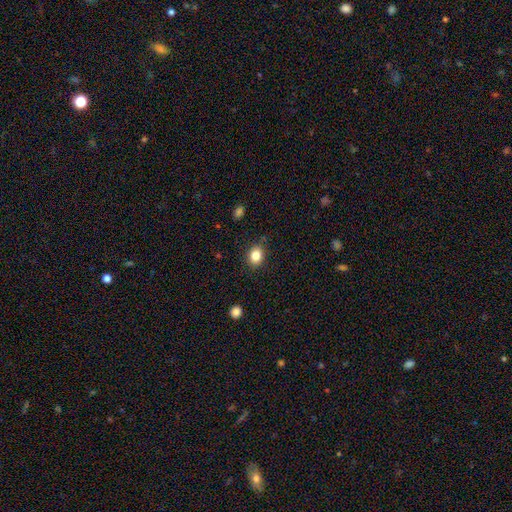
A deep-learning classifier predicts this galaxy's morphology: smooth 84%, star or artifact 10%, featured or disk 6%. Down the decision tree: how rounded — round (53%); merging — none (85%).